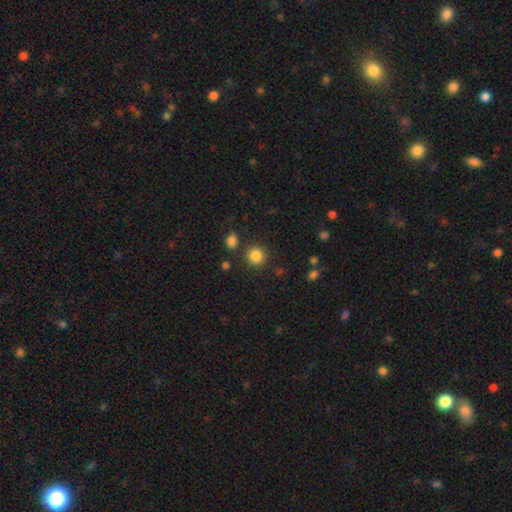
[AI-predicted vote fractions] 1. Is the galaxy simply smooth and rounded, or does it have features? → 85% smooth, 11% star or artifact, 4% featured or disk.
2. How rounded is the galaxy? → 91% round, 8% in between, 1% cigar-shaped.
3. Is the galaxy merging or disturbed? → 84% none, 7% minor disturbance, 5% merger, 3% major disturbance.